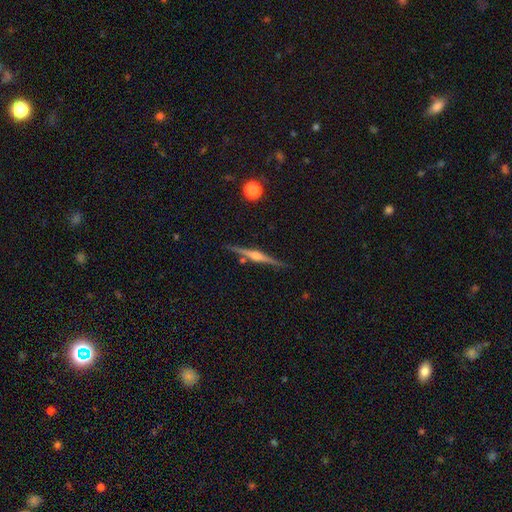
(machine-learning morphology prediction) A featured or disk galaxy (81%) viewed edge-on (98%) with a rounded central bulge (89%).

Vote fractions:
- Smooth or featured? featured or disk: 81% / smooth: 13% / star or artifact: 6%
- Edge-on disk? yes: 98% / no: 2%
- Edge-on bulge? rounded: 89% / boxy: 7% / none: 4%
- Merging? none: 87% / minor disturbance: 8% / merger: 3% / major disturbance: 2%